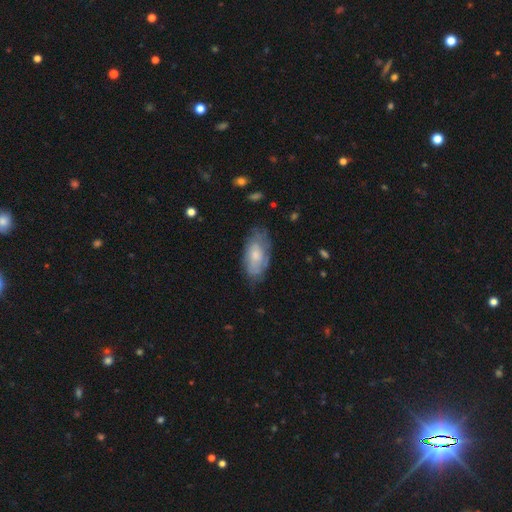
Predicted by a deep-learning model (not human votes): The model was most divided on "smooth or featured": smooth: 52%, featured or disk: 42%, star or artifact: 6%. More confident: how rounded — in between (91%); merging — none (64%).